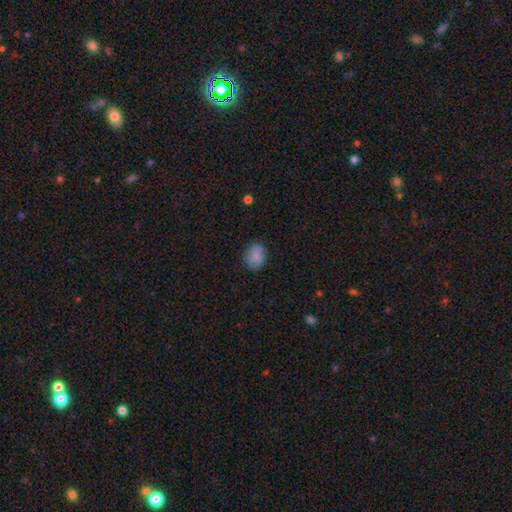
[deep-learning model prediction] This is clearly a smooth galaxy (85%). How rounded: possibly in between (59%). Merging: likely none (76%).